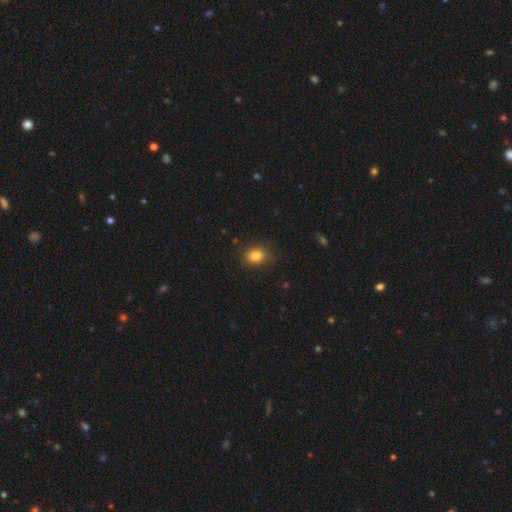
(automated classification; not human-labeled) A smooth galaxy with no disk features (84%) that is round (57%). Merging: none (87%).